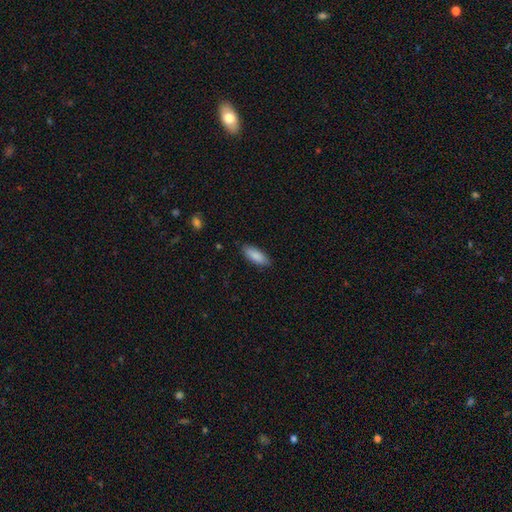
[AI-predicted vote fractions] Overall: smooth (88%). How rounded: in between (70%). Merging: none (86%).